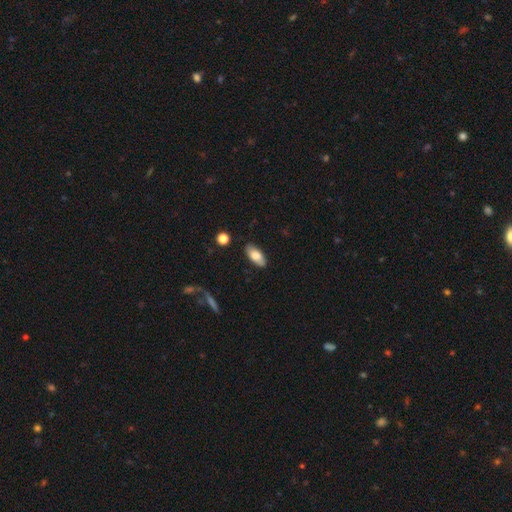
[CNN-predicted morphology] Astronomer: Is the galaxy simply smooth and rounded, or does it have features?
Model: smooth — 77%.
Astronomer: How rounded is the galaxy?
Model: in between — 88%.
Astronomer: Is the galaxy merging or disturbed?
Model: none — 85%.